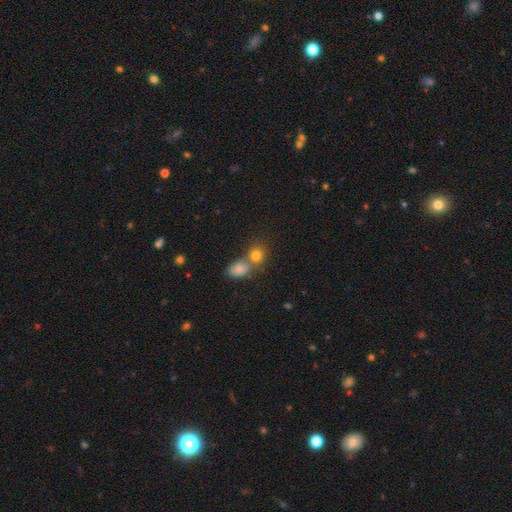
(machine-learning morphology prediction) Q: Smooth or featured?
A: smooth (76%); runner-up: star or artifact (15%)
Q: How rounded?
A: round (70%); runner-up: in between (28%)
Q: Merging?
A: none (46%); runner-up: merger (43%)